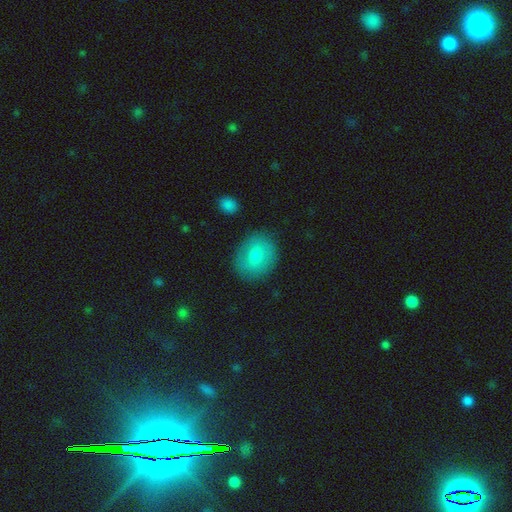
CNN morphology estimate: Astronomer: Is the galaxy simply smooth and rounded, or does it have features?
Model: smooth — 69%.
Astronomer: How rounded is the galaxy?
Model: round — 63%.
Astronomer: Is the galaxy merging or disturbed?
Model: none — 84%.